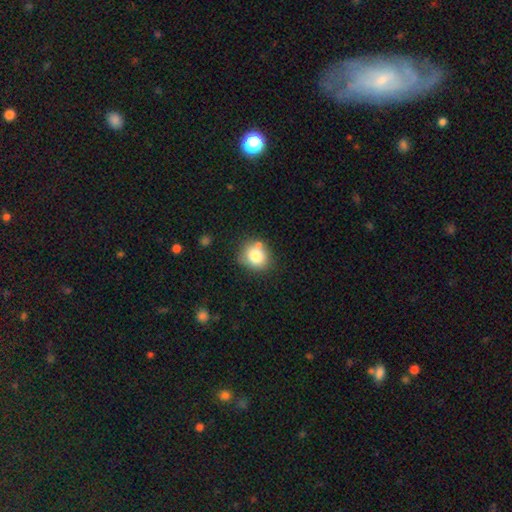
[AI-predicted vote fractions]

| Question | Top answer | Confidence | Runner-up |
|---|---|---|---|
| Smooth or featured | smooth | 79% | featured or disk (11%) |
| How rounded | round | 77% | in between (22%) |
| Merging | none | 70% | minor disturbance (15%) |